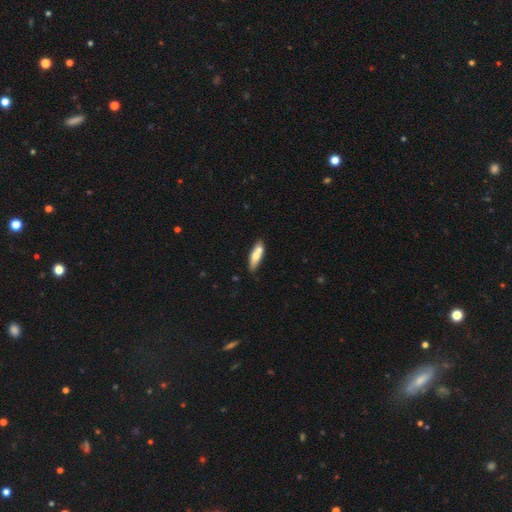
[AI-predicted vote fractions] This appears to be a smooth galaxy with no disk features (63%) that is in between round and cigar-shaped (49%). Merging: none (55%).